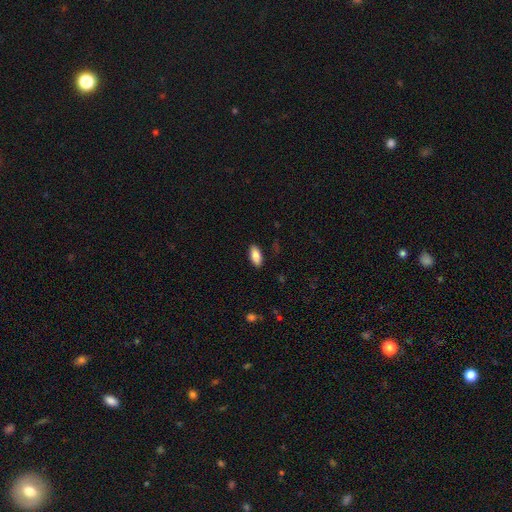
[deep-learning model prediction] This appears to be a smooth galaxy with no disk features (87%) that is in between round and cigar-shaped (88%). Merging: none (88%).